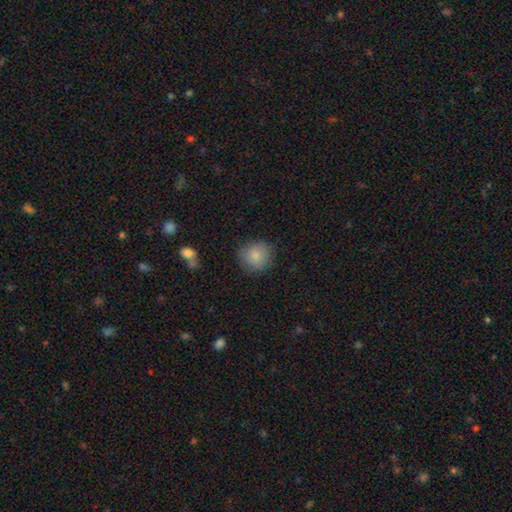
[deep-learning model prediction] The model was most divided on "merging": none: 83%, minor disturbance: 13%, major disturbance: 3%, merger: 1%. More confident: how rounded — round (90%); smooth or featured — smooth (86%).